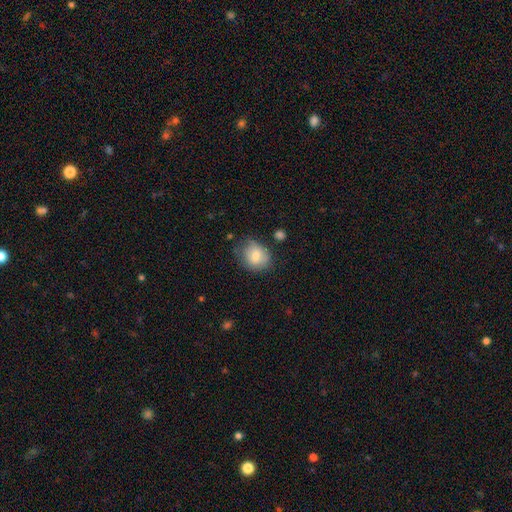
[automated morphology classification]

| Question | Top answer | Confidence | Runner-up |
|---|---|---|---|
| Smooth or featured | smooth | 76% | featured or disk (16%) |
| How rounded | round | 59% | in between (40%) |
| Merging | none | 60% | minor disturbance (29%) |